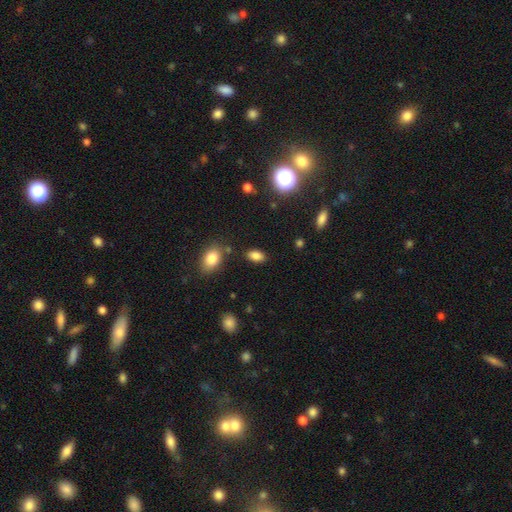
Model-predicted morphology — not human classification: smooth-or-featured: smooth: 83% | star or artifact: 11% | featured or disk: 5%
  how-rounded: in between: 90% | round: 7% | cigar-shaped: 3%
  merging: none: 83% | minor disturbance: 10% | merger: 4% | major disturbance: 3%